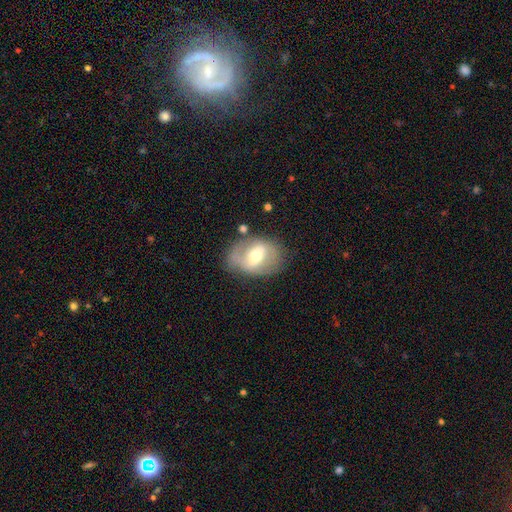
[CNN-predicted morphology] The model was most divided on "spiral arms": no: 51%, yes: 49%. Remaining: edge-on disk — no (93%); merging — none (67%); bulge size — moderate (65%); smooth or featured — featured or disk (61%); bar — strong (45%).